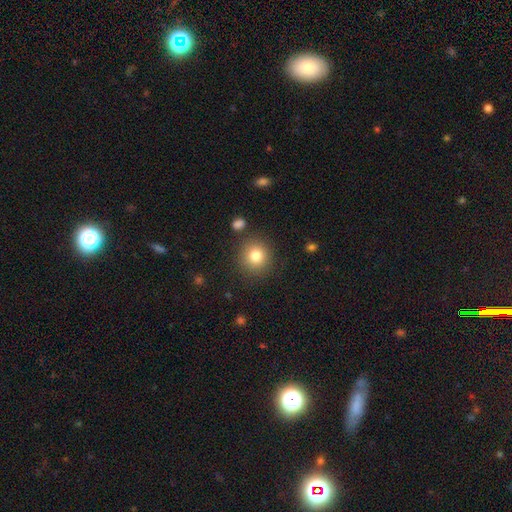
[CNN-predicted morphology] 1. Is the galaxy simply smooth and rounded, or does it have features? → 81% smooth, 11% star or artifact, 8% featured or disk.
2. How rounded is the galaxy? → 90% round, 9% in between, 1% cigar-shaped.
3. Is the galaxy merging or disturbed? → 86% none, 8% minor disturbance, 3% major disturbance, 3% merger.